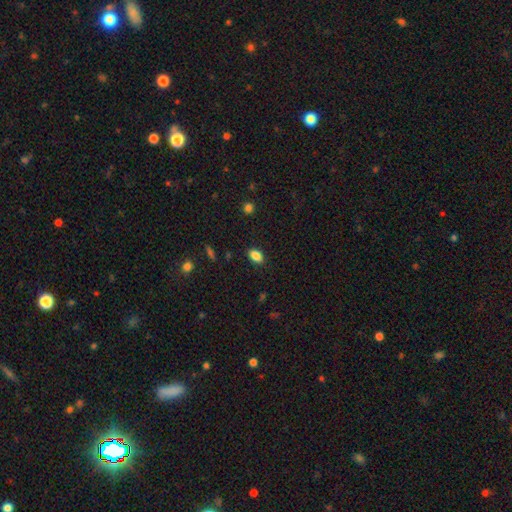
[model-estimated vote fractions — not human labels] A smooth galaxy with no disk features (87%) that is in between round and cigar-shaped (88%). Merging: none (87%).